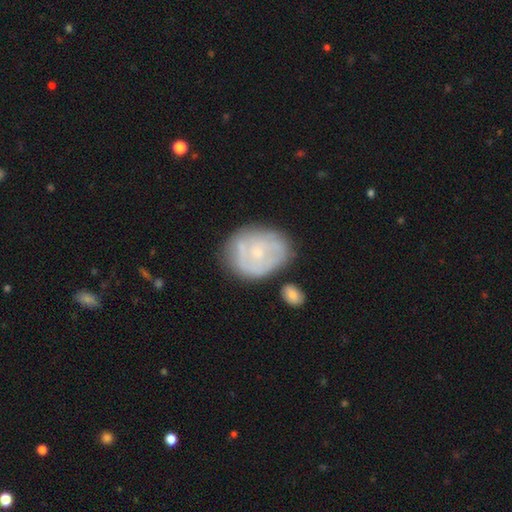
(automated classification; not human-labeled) The model was most divided on "smooth or featured": featured or disk: 57%, smooth: 34%, star or artifact: 9%. More confident: edge-on disk — no (96%); bar — no (75%); bulge size — small (72%); merging — none (66%); spiral arms — yes (63%).